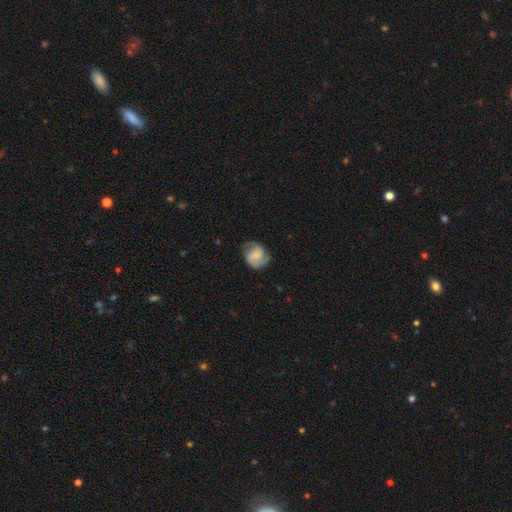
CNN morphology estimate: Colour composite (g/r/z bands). It shows a featured or disk galaxy (68%) with no bar (53%), 2 (80%) medium (48%) spiral arms (93%) and a small central bulge (55%). Merging: none (68%).